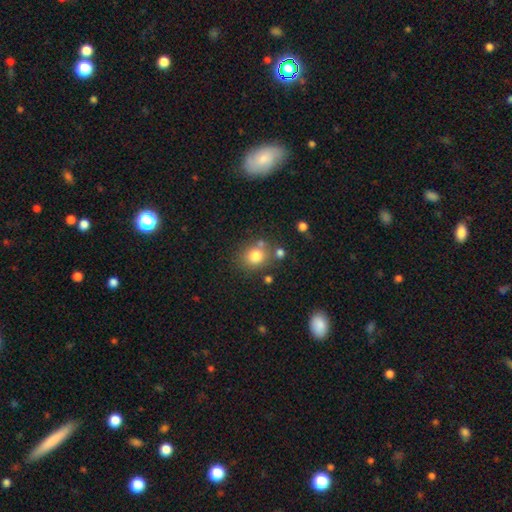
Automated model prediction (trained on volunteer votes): Q: Smooth or featured?
A: smooth (79%); runner-up: star or artifact (12%)
Q: How rounded?
A: round (76%); runner-up: in between (23%)
Q: Merging?
A: none (70%); runner-up: merger (13%)